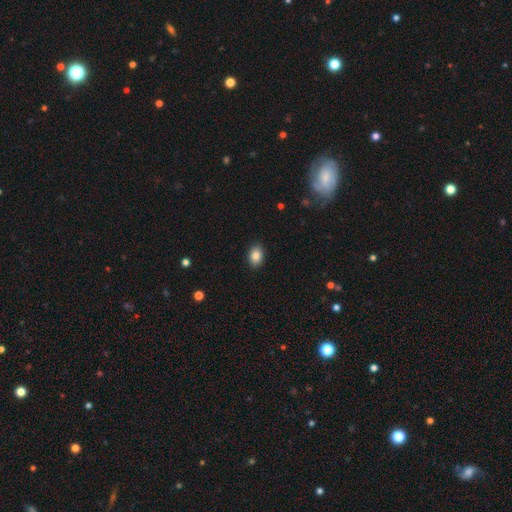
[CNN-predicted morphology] Smooth or featured? smooth (85%)
How rounded? in between (77%)
Merging? none (90%)